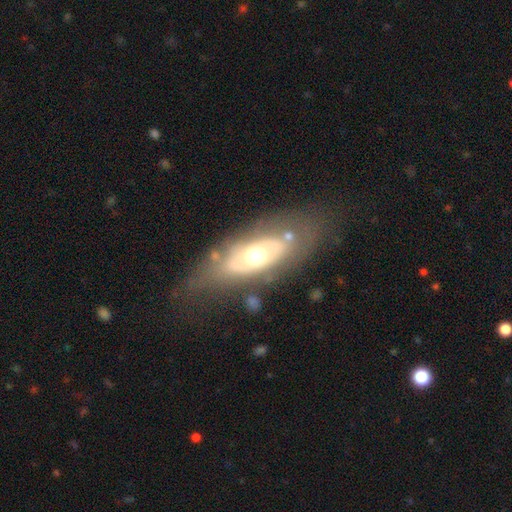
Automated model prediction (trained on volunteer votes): smooth_or_featured: featured or disk (p=0.60) [alt: smooth p=0.33]
disk_edge_on: no (p=0.81) [alt: yes p=0.19]
merging: none (p=0.66) [alt: minor disturbance p=0.19]